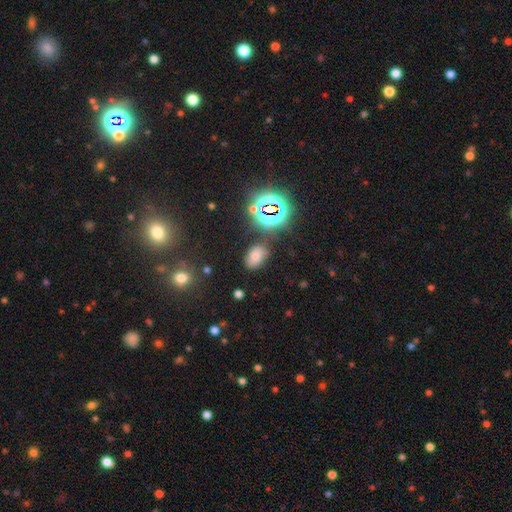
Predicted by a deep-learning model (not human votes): smooth_or_featured: smooth (p=0.62) [alt: star or artifact p=0.26]
how_rounded: in between (p=0.87) [alt: round p=0.12]
merging: none (p=0.75) [alt: minor disturbance p=0.15]